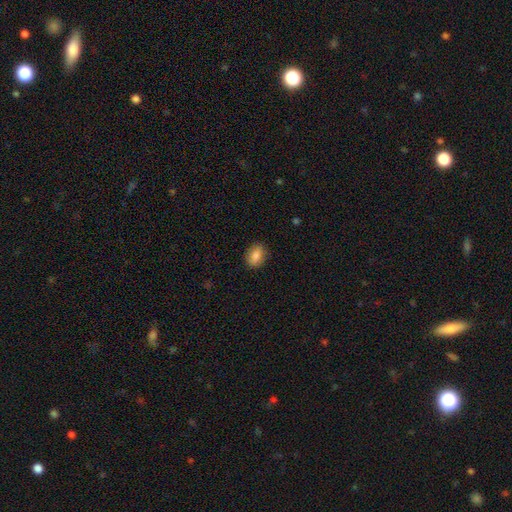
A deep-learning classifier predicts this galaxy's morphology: This is clearly a smooth galaxy (85%). How rounded: likely in between (77%). Merging: clearly none (85%).